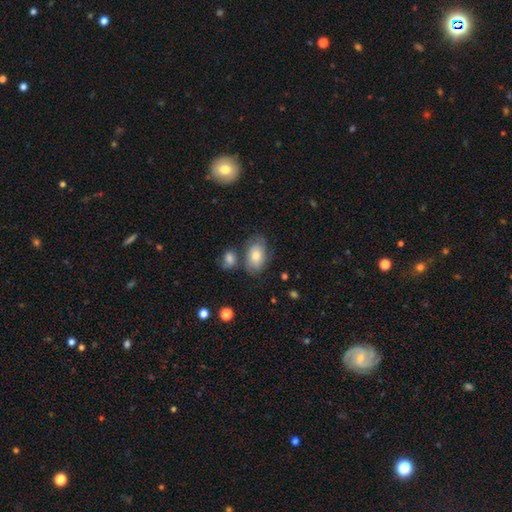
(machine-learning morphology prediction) type=smooth (63%); roundness=in between (87%); merging=none (61%).